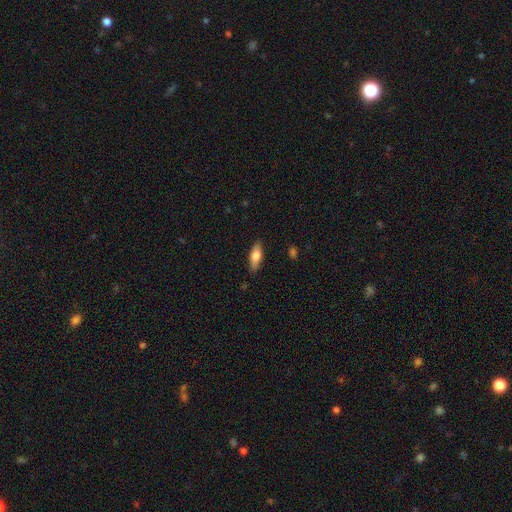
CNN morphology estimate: type=smooth (72%); roundness=in between (68%); merging=none (85%).